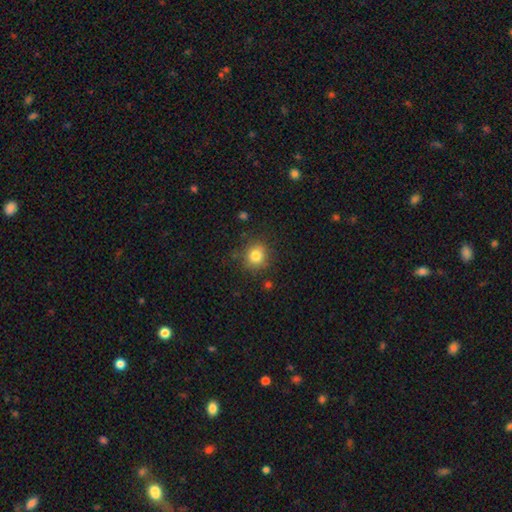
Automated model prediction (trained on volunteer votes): Q: Smooth or featured?
A: smooth (81%); runner-up: star or artifact (12%)
Q: How rounded?
A: round (88%); runner-up: in between (11%)
Q: Merging?
A: none (83%); runner-up: minor disturbance (11%)